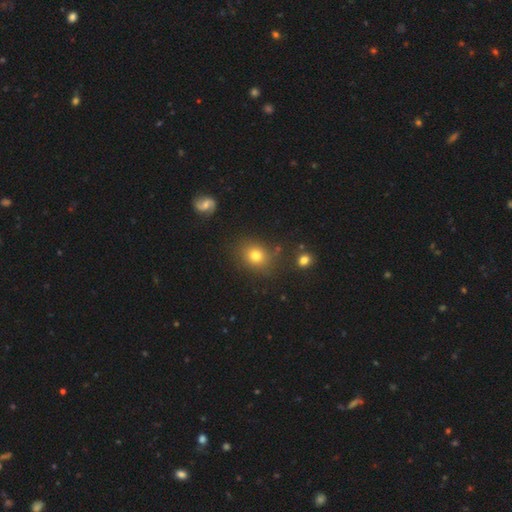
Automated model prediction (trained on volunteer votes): The model was most divided on "how rounded": round: 65%, in between: 33%, cigar-shaped: 1%. More confident: merging — none (80%); smooth or featured — smooth (76%).